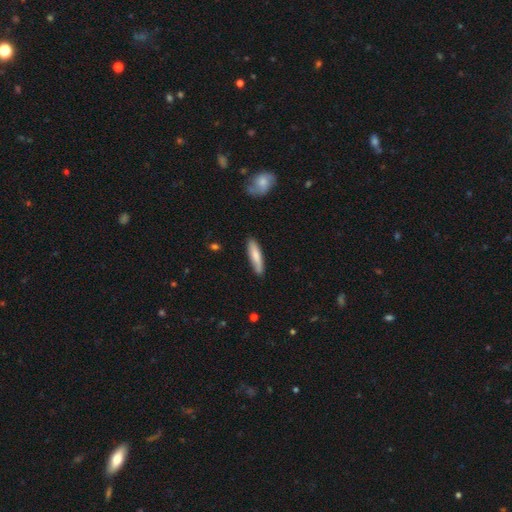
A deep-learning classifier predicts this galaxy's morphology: Smooth or featured?
  - smooth: 75% *
  - featured or disk: 19%
  - star or artifact: 5%
How rounded?
  - cigar-shaped: 78% *
  - in between: 21%
  - round: 1%
Merging?
  - none: 83% *
  - minor disturbance: 14%
  - major disturbance: 2%
  - merger: 2%